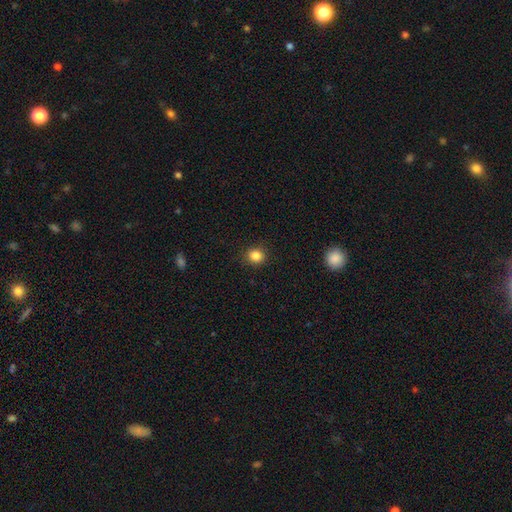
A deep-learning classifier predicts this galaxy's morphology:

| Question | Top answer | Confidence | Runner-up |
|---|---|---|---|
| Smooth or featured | smooth | 84% | star or artifact (11%) |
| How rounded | round | 85% | in between (14%) |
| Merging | none | 91% | minor disturbance (6%) |